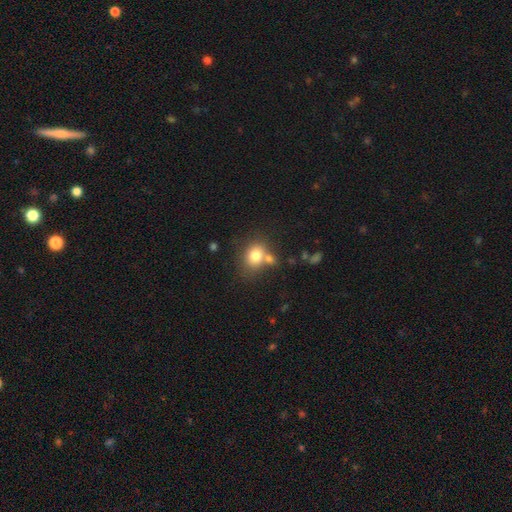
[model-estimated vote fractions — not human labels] Smooth or featured? Predicted: smooth (p=0.78). How rounded? Predicted: round (p=0.55). Merging? Predicted: none (p=0.52).